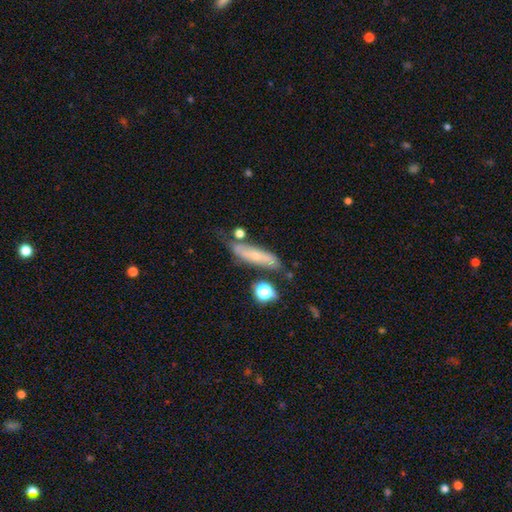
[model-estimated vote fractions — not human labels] smooth-or-featured: smooth: 47% | featured or disk: 45% | star or artifact: 8%
  merging: none: 60% | minor disturbance: 23% | merger: 9% | major disturbance: 8%